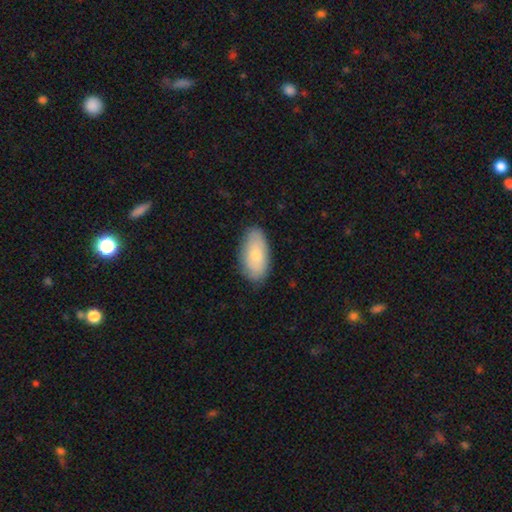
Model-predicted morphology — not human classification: type=smooth (70%); roundness=in between (93%); merging=none (80%).